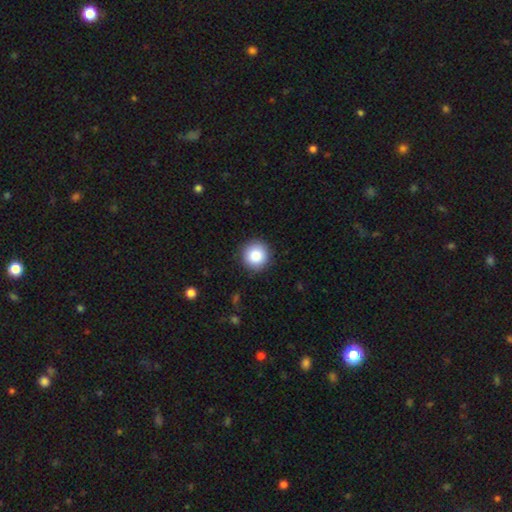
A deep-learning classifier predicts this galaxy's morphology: type=smooth (84%); roundness=round (95%); merging=none (91%).